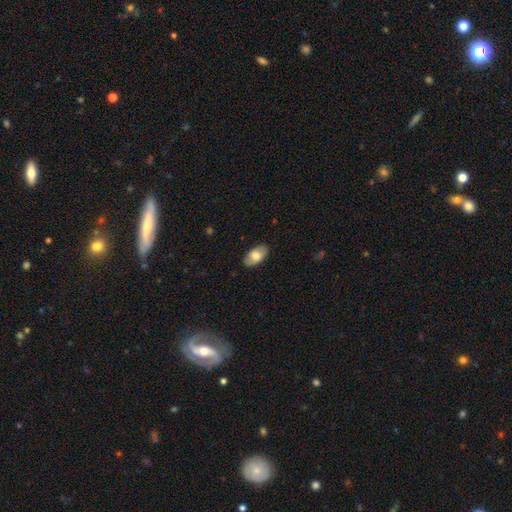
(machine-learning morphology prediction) smooth 71%, featured or disk 23%, star or artifact 6%. Down the decision tree: how rounded — in between (94%); merging — none (84%).